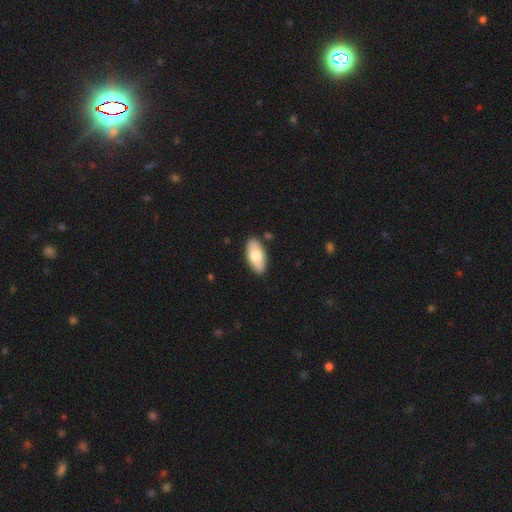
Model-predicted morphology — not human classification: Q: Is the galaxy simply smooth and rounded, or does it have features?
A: smooth — 72%.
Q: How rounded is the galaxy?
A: in between — 92%.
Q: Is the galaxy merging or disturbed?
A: none — 87%.